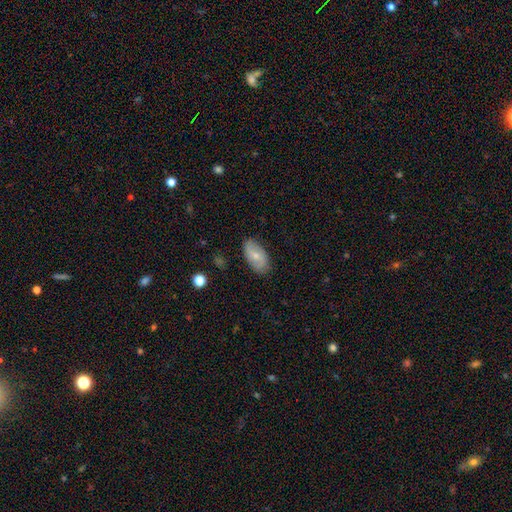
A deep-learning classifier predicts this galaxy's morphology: Q: Smooth or featured?
A: smooth (59%); runner-up: featured or disk (34%)
Q: How rounded?
A: in between (94%); runner-up: round (4%)
Q: Merging?
A: none (83%); runner-up: minor disturbance (14%)